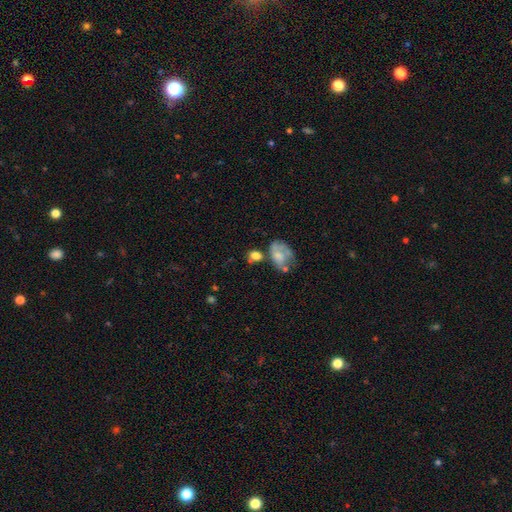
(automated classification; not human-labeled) Overall: smooth (66%). How rounded: in between (64%; round 34%). Merging: none (38%; merger 23%).